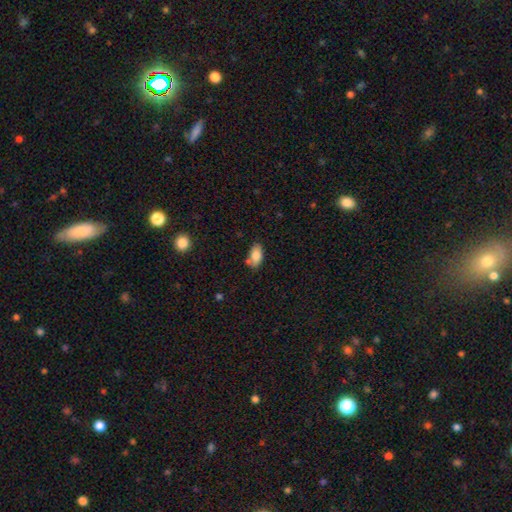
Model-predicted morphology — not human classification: smooth_or_featured: smooth (p=0.84) [alt: featured or disk p=0.08]
how_rounded: in between (p=0.92) [alt: round p=0.05]
merging: none (p=0.65) [alt: minor disturbance p=0.21]